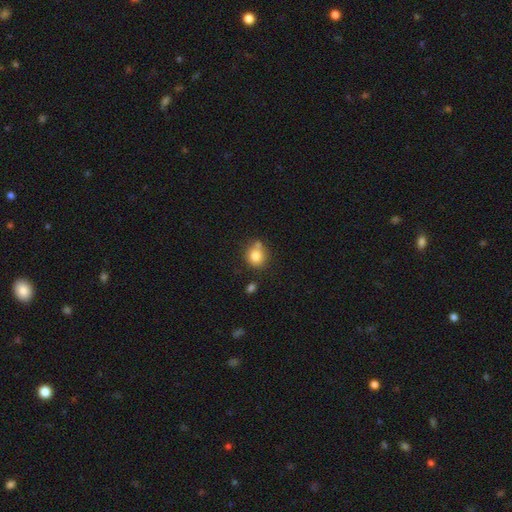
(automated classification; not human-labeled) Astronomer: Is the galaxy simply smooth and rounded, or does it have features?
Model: smooth — 82%.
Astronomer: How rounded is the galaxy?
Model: round — 79%.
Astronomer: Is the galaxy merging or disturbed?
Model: none — 64%.